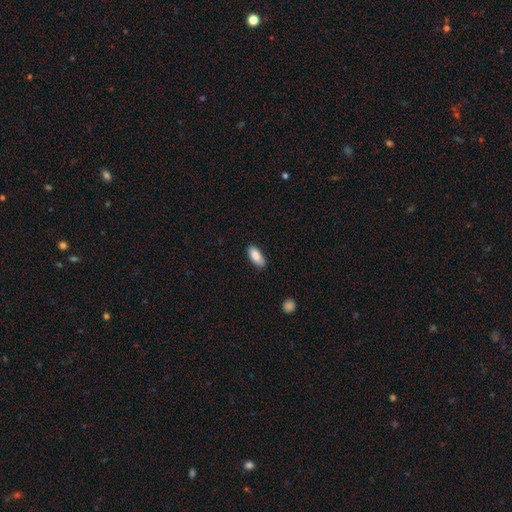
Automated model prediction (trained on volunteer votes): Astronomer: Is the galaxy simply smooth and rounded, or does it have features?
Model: smooth — 87%.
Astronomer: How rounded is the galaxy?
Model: in between — 85%.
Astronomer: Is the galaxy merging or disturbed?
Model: none — 84%.